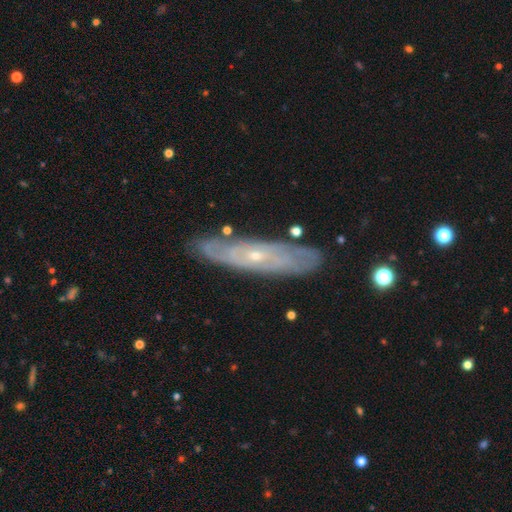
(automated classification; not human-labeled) The model was most divided on "edge-on disk": no: 67%, yes: 33%. More confident: merging — none (81%); spiral arms — yes (81%); bulge size — small (80%); bar — no (78%); smooth or featured — featured or disk (77%).